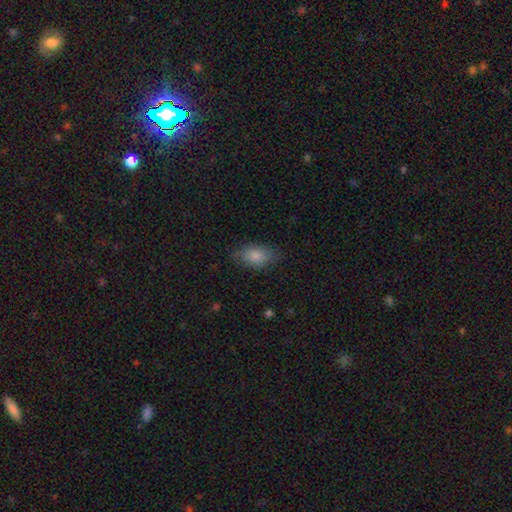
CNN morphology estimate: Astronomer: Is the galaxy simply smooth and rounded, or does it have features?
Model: smooth — 84%.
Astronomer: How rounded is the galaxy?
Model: in between — 89%.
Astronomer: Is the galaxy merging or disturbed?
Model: none — 73%.